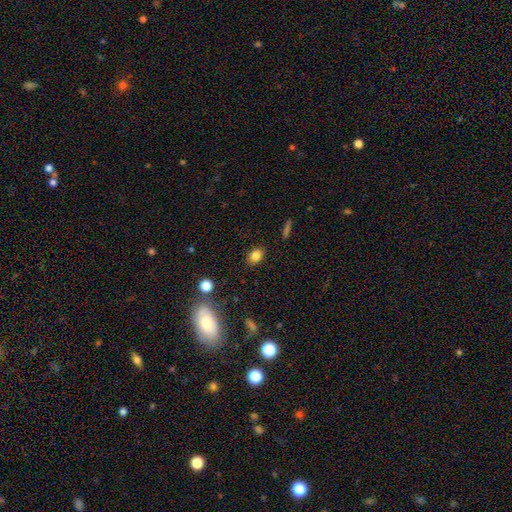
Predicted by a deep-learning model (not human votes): Morphology: type=smooth (82%); roundness=in between (68%); merging=none (86%).